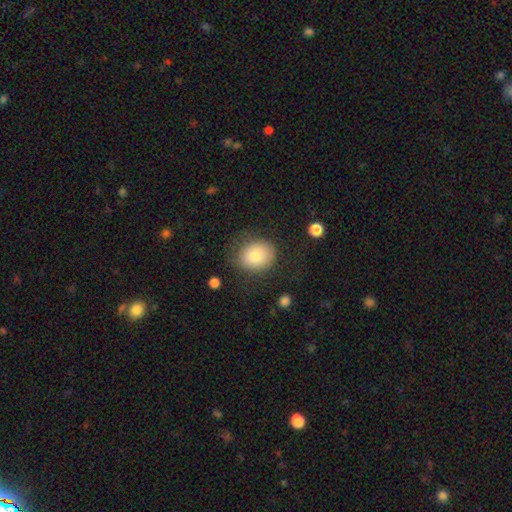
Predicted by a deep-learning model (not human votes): Smooth or featured: smooth — 81% (featured or disk — 10%)
How rounded: round — 58% (in between — 41%)
Merging: none — 73% (minor disturbance — 18%)